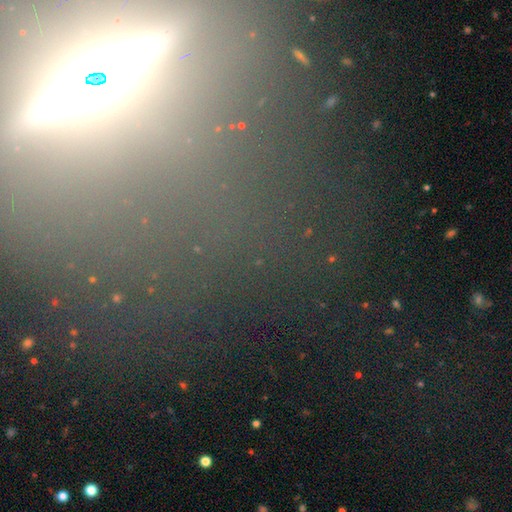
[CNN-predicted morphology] Smooth or featured?
  - star or artifact: 59% *
  - featured or disk: 23%
  - smooth: 18%